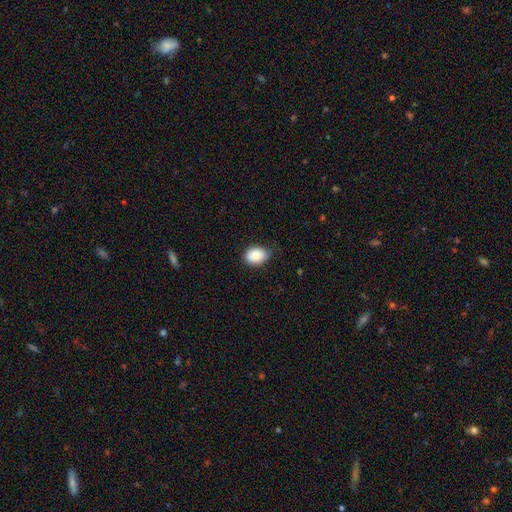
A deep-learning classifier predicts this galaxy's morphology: Smooth or featured?
  - smooth: 84% *
  - featured or disk: 9%
  - star or artifact: 8%
How rounded?
  - in between: 68% *
  - round: 32%
  - cigar-shaped: 1%
Merging?
  - none: 71% *
  - minor disturbance: 24%
  - major disturbance: 4%
  - merger: 1%